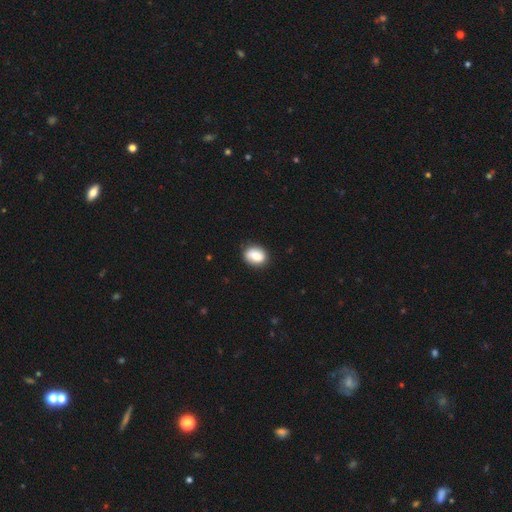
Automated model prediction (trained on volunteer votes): Overall: smooth (79%). How rounded: in between (62%; round 37%). Merging: none (80%).